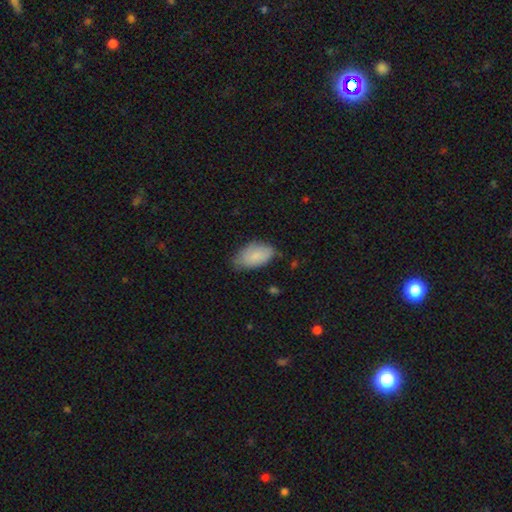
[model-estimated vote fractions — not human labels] Q: Smooth or featured?
A: smooth (84%); runner-up: featured or disk (10%)
Q: How rounded?
A: in between (94%); runner-up: round (4%)
Q: Merging?
A: none (64%); runner-up: minor disturbance (30%)